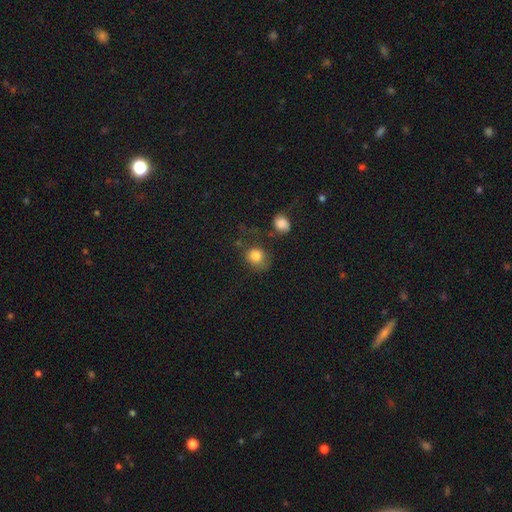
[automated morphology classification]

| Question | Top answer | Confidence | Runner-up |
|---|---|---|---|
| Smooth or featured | smooth | 82% | star or artifact (10%) |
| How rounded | round | 68% | in between (31%) |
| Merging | none | 57% | minor disturbance (23%) |